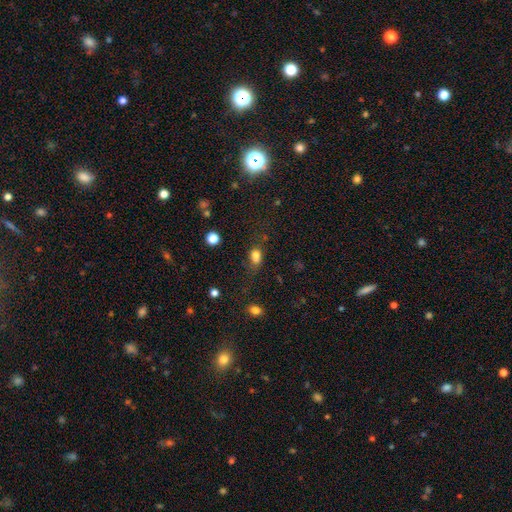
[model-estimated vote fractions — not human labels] This appears to be a smooth galaxy with no disk features (76%) that is in between round and cigar-shaped (64%). Merging: none (47%).